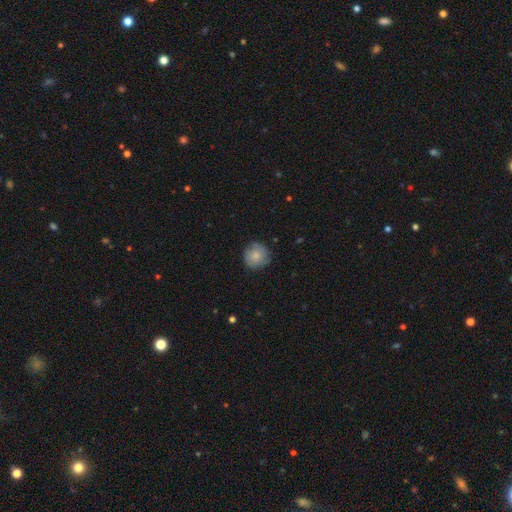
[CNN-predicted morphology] A smooth galaxy with no disk features (79%) that is round (93%).

Vote fractions:
- Smooth or featured? smooth: 79% / featured or disk: 13% / star or artifact: 7%
- How rounded? round: 93% / in between: 6% / cigar-shaped: 1%
- Merging? none: 80% / minor disturbance: 15% / major disturbance: 3% / merger: 1%